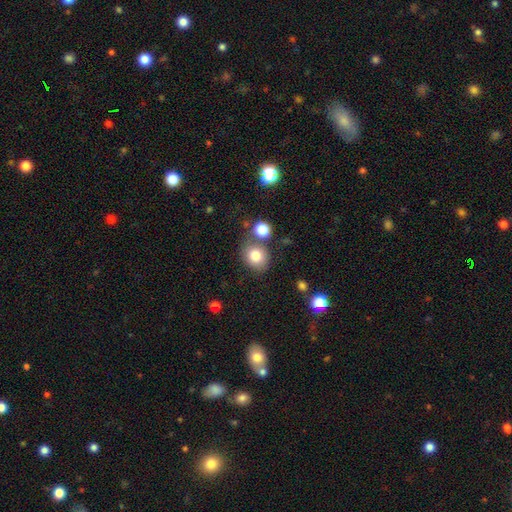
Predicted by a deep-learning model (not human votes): Smooth or featured? smooth (82%)
How rounded? round (67%)
Merging? none (64%)